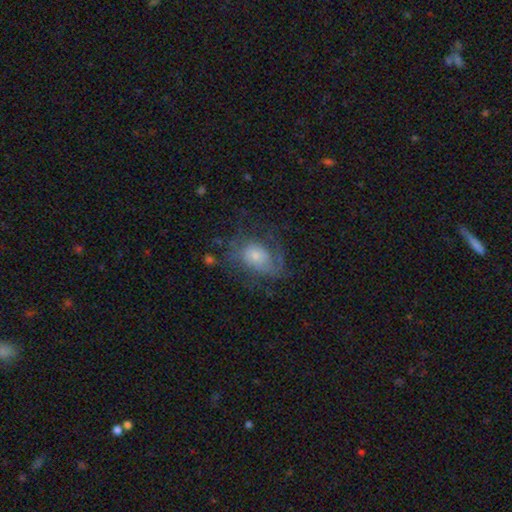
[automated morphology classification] featured or disk 57%, smooth 33%, star or artifact 10%. Down the decision tree: edge-on disk — no (96%); bar — no (75%); spiral arms — yes (74%); bulge size — small (47%); merging — none (50%).